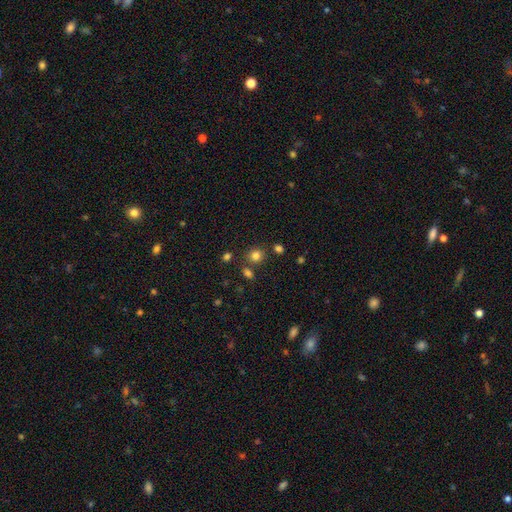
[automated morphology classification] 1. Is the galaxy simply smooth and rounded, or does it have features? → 81% smooth, 14% star or artifact, 5% featured or disk.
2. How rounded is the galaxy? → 82% round, 17% in between, 1% cigar-shaped.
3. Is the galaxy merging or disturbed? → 78% none, 10% merger, 9% minor disturbance, 3% major disturbance.